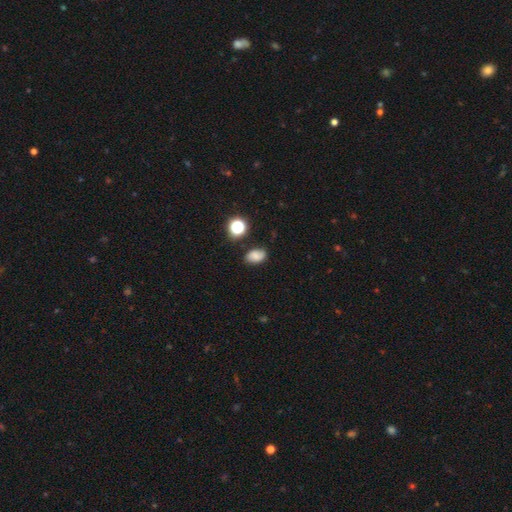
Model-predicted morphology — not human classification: Q: Smooth or featured?
A: smooth (69%); runner-up: featured or disk (17%)
Q: How rounded?
A: in between (82%); runner-up: round (16%)
Q: Merging?
A: none (75%); runner-up: minor disturbance (18%)